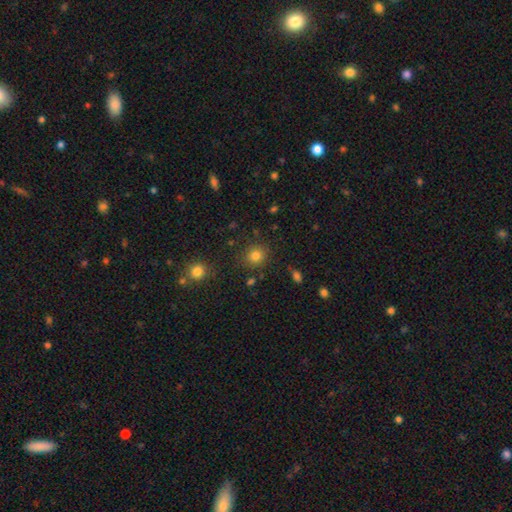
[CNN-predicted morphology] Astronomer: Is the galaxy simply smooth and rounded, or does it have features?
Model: smooth — 81%.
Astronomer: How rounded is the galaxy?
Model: round — 86%.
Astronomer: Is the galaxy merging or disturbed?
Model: none — 84%.